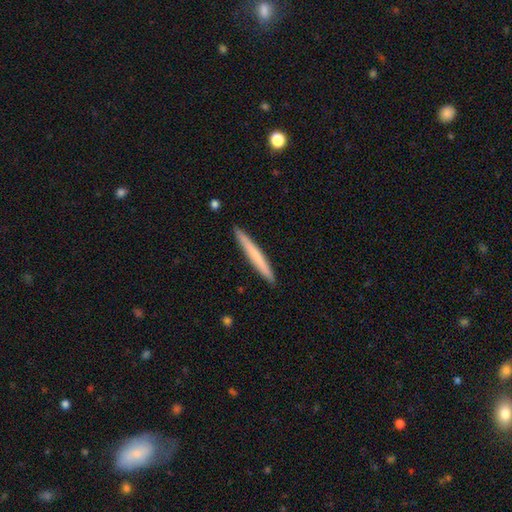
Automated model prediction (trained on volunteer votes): Q: Smooth or featured?
A: smooth (64%); runner-up: featured or disk (30%)
Q: How rounded?
A: cigar-shaped (97%); runner-up: in between (2%)
Q: Merging?
A: none (92%); runner-up: minor disturbance (6%)